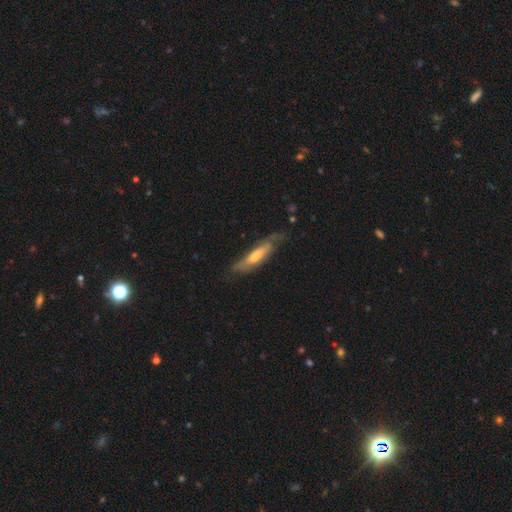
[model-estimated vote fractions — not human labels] Smooth or featured?
  - featured or disk: 53% *
  - smooth: 41%
  - star or artifact: 6%
Edge-on disk?
  - yes: 63% *
  - no: 37%
Merging?
  - none: 58% *
  - minor disturbance: 27%
  - major disturbance: 12%
  - merger: 2%